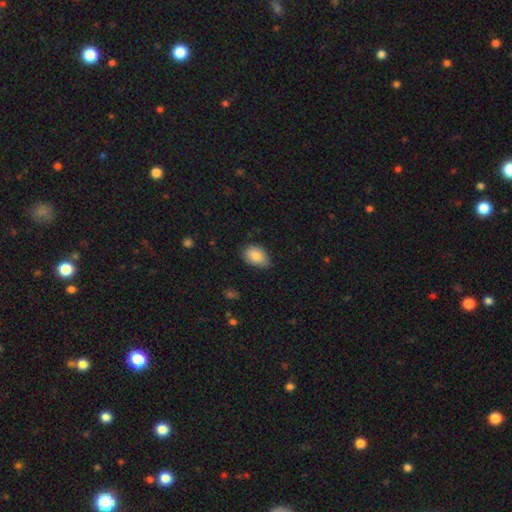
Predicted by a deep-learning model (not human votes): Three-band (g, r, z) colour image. It shows a smooth galaxy with no disk features (86%) that is in between round and cigar-shaped (87%). Merging: none (74%).